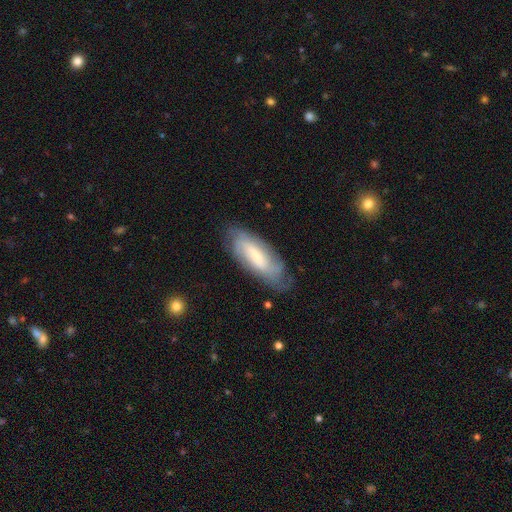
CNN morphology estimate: Smooth or featured?
  - featured or disk: 59% *
  - smooth: 34%
  - star or artifact: 7%
Edge-on disk?
  - no: 84% *
  - yes: 16%
Merging?
  - none: 75% *
  - minor disturbance: 18%
  - major disturbance: 5%
  - merger: 1%